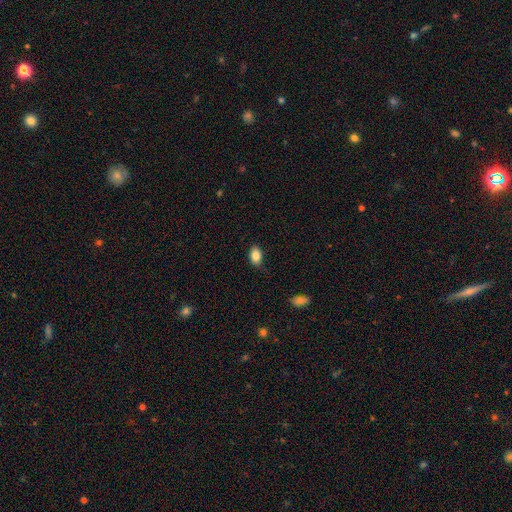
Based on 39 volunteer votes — This appears to be a smooth galaxy with no disk features (77%) that is in between round and cigar-shaped (87%). Merging: none (80%).